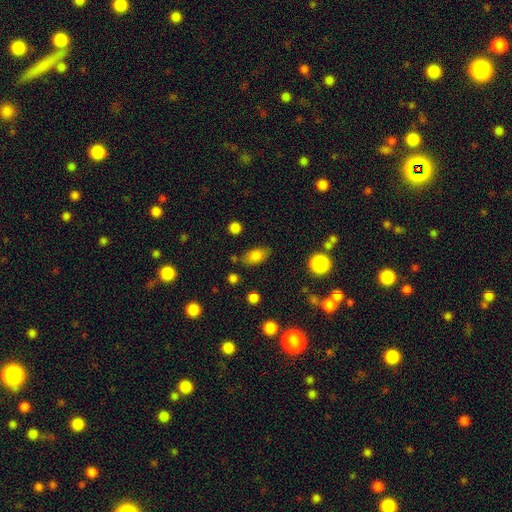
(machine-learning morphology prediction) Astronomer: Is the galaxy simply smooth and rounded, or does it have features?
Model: smooth — 80%.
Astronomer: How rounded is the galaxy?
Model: in between — 87%.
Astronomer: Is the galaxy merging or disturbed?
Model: none — 76%.